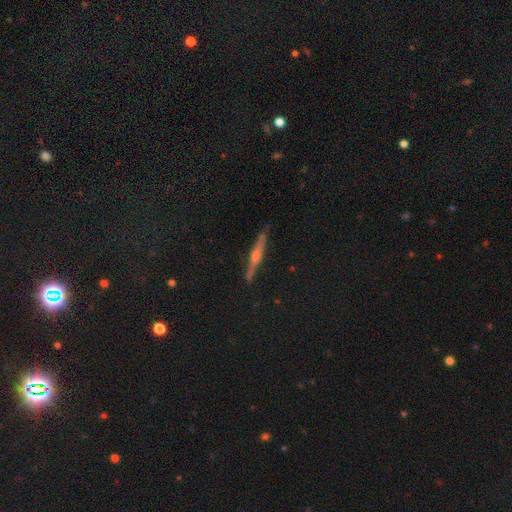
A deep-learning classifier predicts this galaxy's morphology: smooth_or_featured: featured or disk (p=0.72) [alt: smooth p=0.20]
disk_edge_on: yes (p=0.97) [alt: no p=0.03]
edge_on_bulge: rounded (p=0.75) [alt: none p=0.13]
merging: none (p=0.87) [alt: minor disturbance p=0.10]